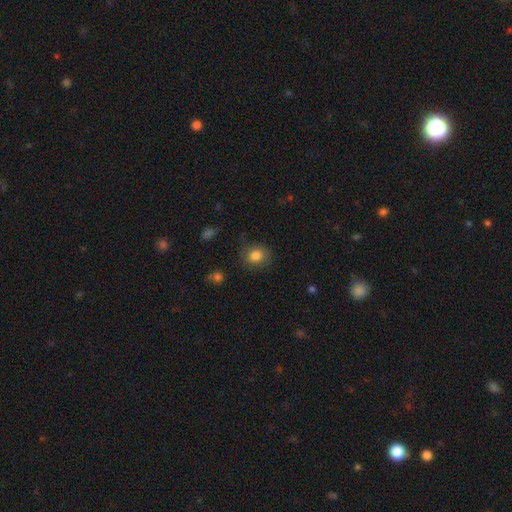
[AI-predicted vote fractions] Smooth or featured: smooth — 82% (star or artifact — 10%)
How rounded: round — 76% (in between — 23%)
Merging: none — 80% (minor disturbance — 14%)